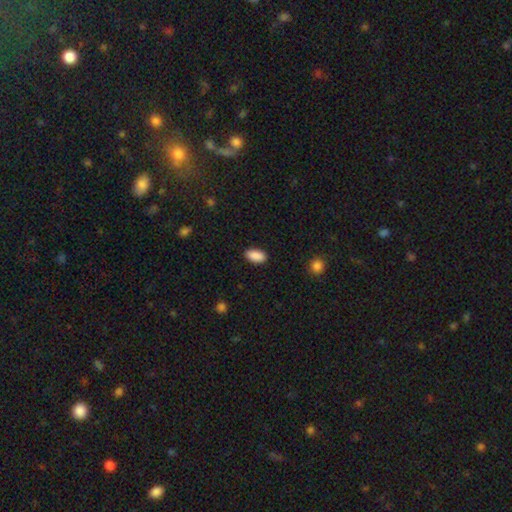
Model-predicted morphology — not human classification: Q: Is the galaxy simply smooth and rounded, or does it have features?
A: smooth — 90%.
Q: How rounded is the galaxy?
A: in between — 93%.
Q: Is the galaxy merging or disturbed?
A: none — 89%.